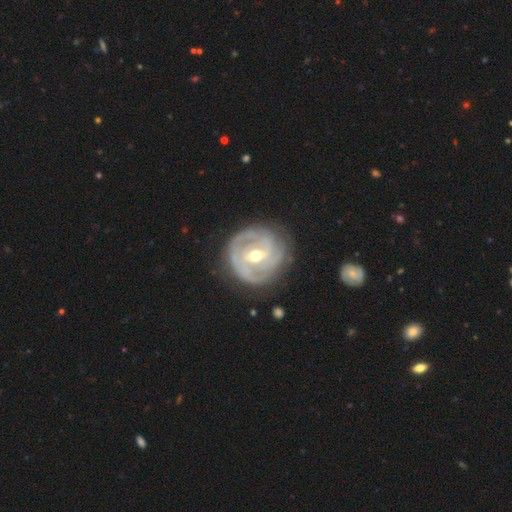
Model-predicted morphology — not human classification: Smooth or featured? featured or disk (86%)
Edge-on disk? no (97%)
Bar? weak (49%)
Spiral arms? yes (91%)
Spiral winding? tight (69%)
Spiral arm count? 2 (30%)
Bulge size? moderate (70%)
Merging? none (77%)